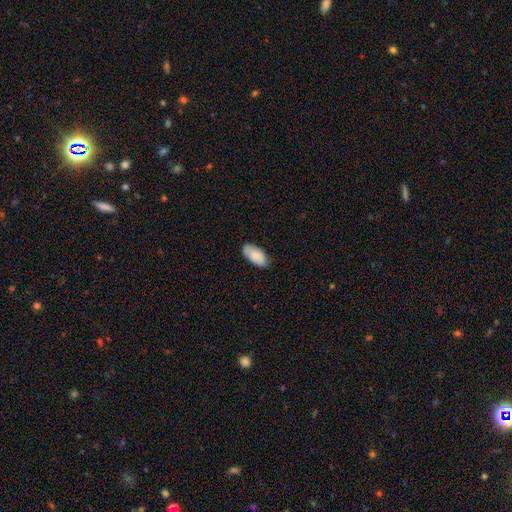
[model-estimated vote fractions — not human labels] smooth-or-featured: smooth: 83% | featured or disk: 11% | star or artifact: 6%
  how-rounded: in between: 94% | cigar-shaped: 3% | round: 2%
  merging: none: 77% | minor disturbance: 19% | major disturbance: 3% | merger: 1%